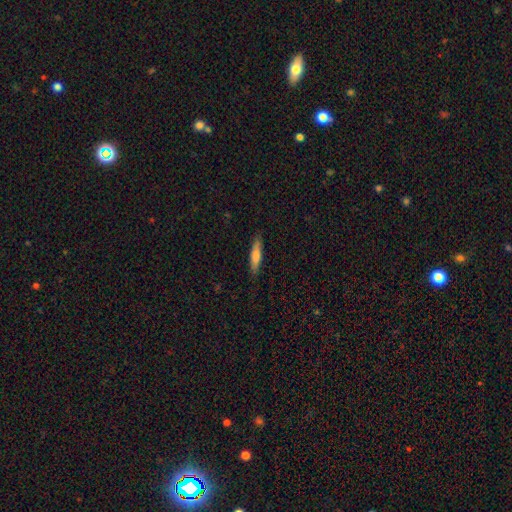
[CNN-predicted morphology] A smooth galaxy with no disk features (69%) that is cigar-shaped (82%).

Vote fractions:
- Smooth or featured? smooth: 69% / featured or disk: 25% / star or artifact: 6%
- How rounded? cigar-shaped: 82% / in between: 16% / round: 1%
- Merging? none: 87% / minor disturbance: 10% / major disturbance: 2% / merger: 1%